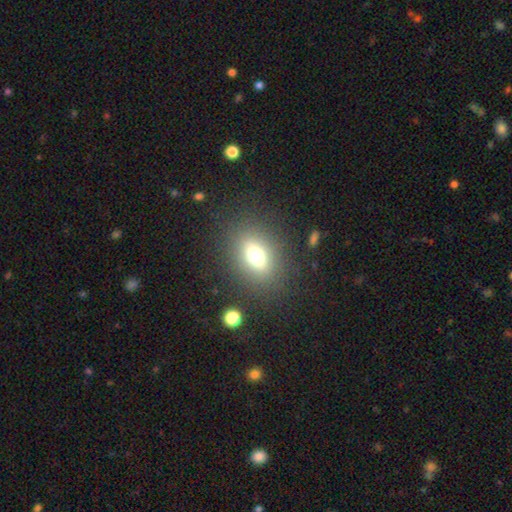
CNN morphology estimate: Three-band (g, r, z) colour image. It shows a smooth galaxy with no disk features (66%) that is in between round and cigar-shaped (63%). Merging: none (83%).